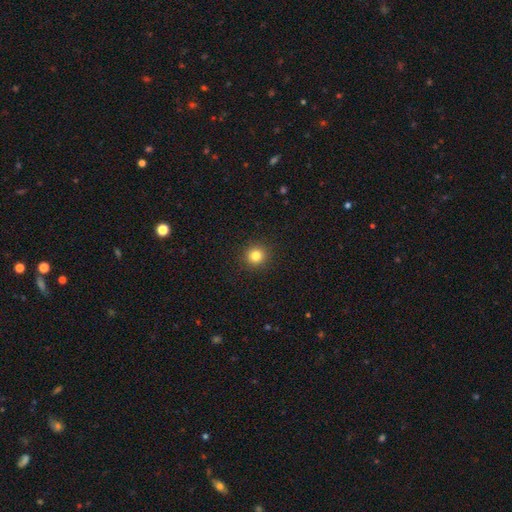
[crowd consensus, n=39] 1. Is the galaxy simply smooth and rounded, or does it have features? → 87% smooth, 10% star or artifact, 3% featured or disk.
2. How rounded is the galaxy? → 94% round, 6% in between, 0% cigar-shaped.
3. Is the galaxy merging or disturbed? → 97% none, 3% merger, 0% minor disturbance, 0% major disturbance.